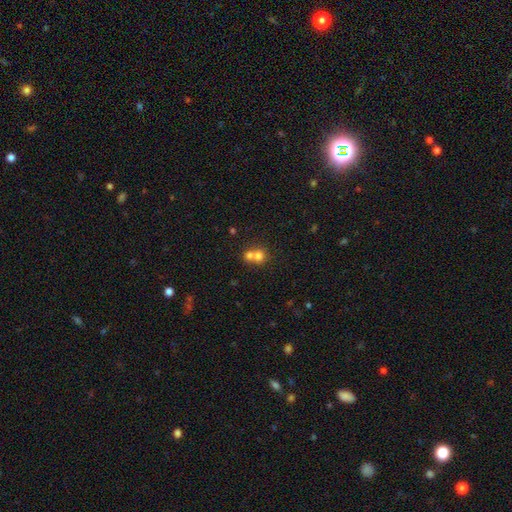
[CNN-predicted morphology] Smooth or featured? Predicted: smooth (p=0.72). How rounded? Predicted: round (p=0.82). Merging? Predicted: merger (p=0.62).